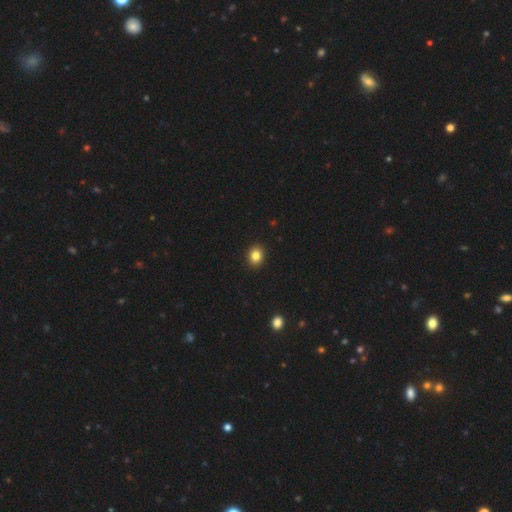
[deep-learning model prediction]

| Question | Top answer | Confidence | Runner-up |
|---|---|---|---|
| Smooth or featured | smooth | 85% | star or artifact (10%) |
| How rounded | round | 59% | in between (40%) |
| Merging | none | 92% | minor disturbance (5%) |